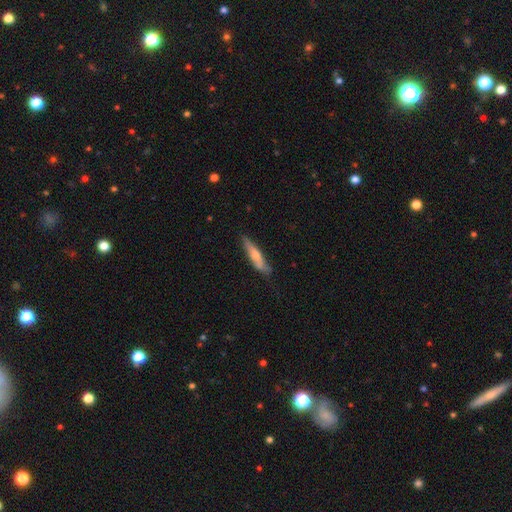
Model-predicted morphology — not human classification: smooth 60%, featured or disk 34%, star or artifact 6%. Down the decision tree: how rounded — cigar-shaped (83%); merging — none (70%).